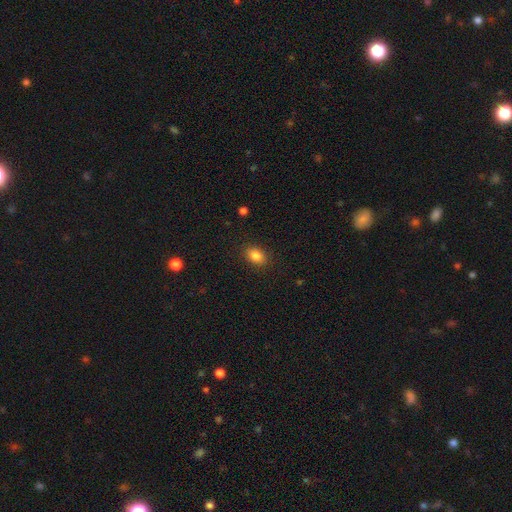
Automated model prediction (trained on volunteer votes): The model was most divided on "how rounded": in between: 75%, round: 24%, cigar-shaped: 1%. More confident: merging — none (88%); smooth or featured — smooth (85%).